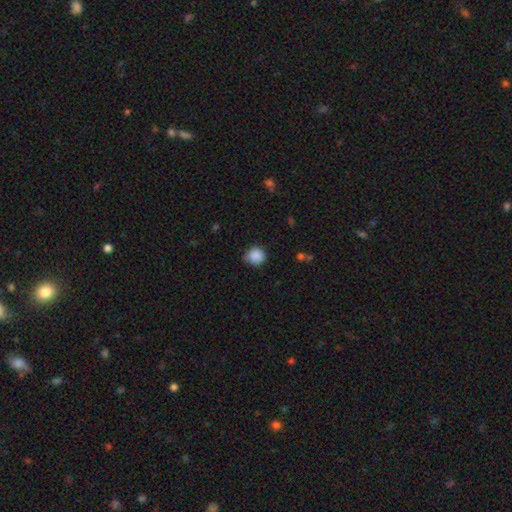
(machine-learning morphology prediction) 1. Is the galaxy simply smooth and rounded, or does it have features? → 87% smooth, 9% star or artifact, 4% featured or disk.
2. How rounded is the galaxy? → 89% round, 10% in between, 1% cigar-shaped.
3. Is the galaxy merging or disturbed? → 71% none, 23% minor disturbance, 4% major disturbance, 2% merger.